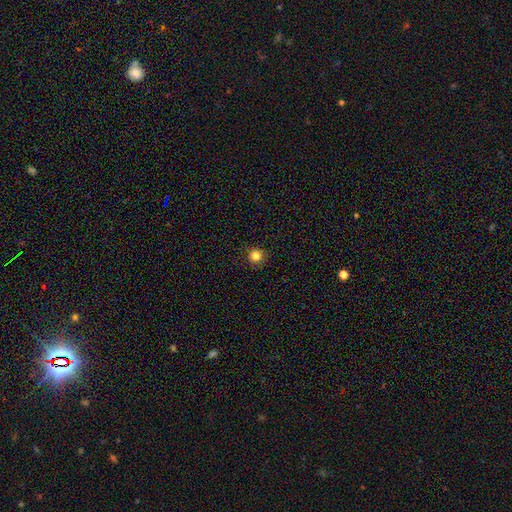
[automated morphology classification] This is clearly a smooth galaxy (83%). How rounded: clearly round (95%). Merging: clearly none (91%).